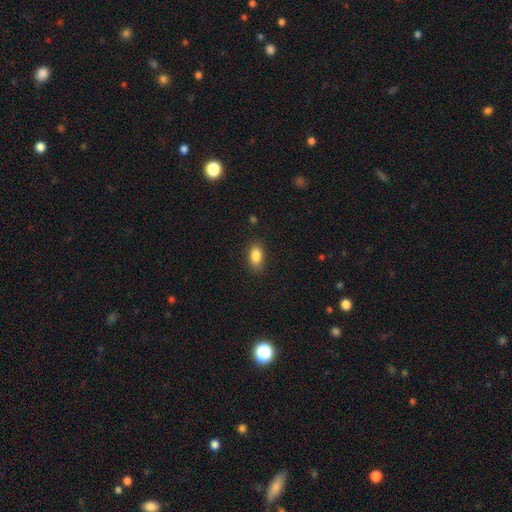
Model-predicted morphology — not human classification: This is clearly a smooth galaxy (86%). How rounded: clearly in between (88%). Merging: clearly none (85%).